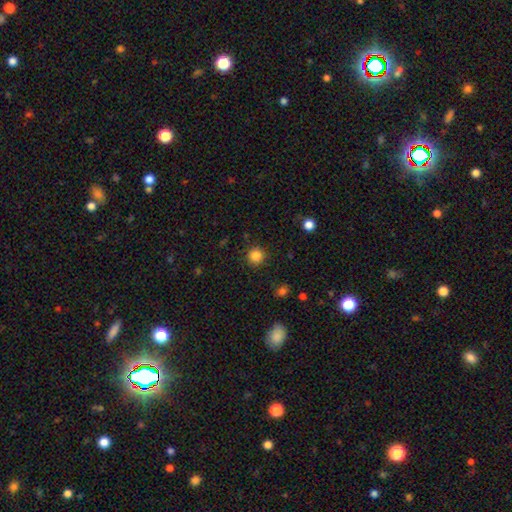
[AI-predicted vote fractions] smooth 84%, star or artifact 12%, featured or disk 4%. Down the decision tree: how rounded — round (94%); merging — none (91%).